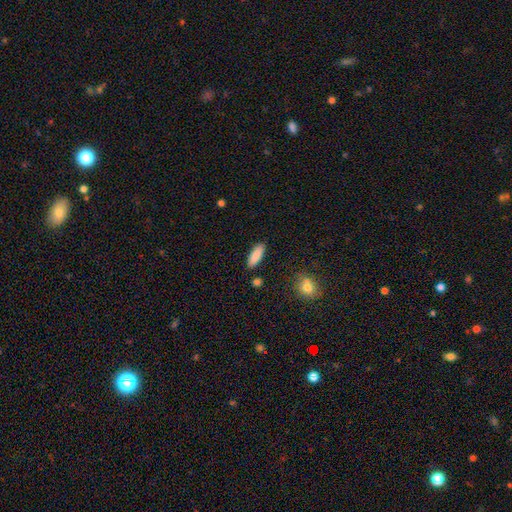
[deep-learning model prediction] Smooth or featured? smooth (88%)
How rounded? in between (57%)
Merging? none (87%)